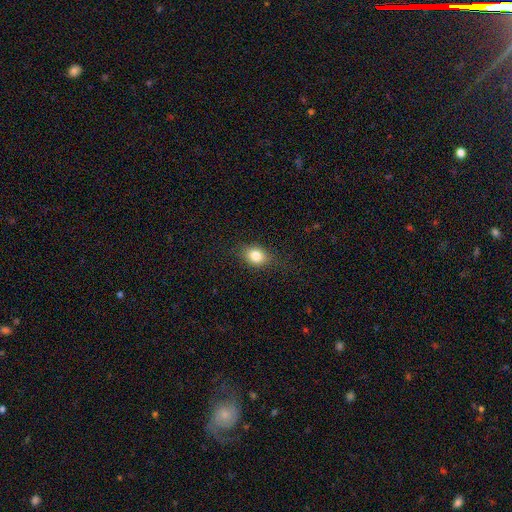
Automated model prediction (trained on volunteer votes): Smooth or featured: smooth — 81% (star or artifact — 10%)
How rounded: in between — 59% (round — 40%)
Merging: none — 79% (minor disturbance — 16%)